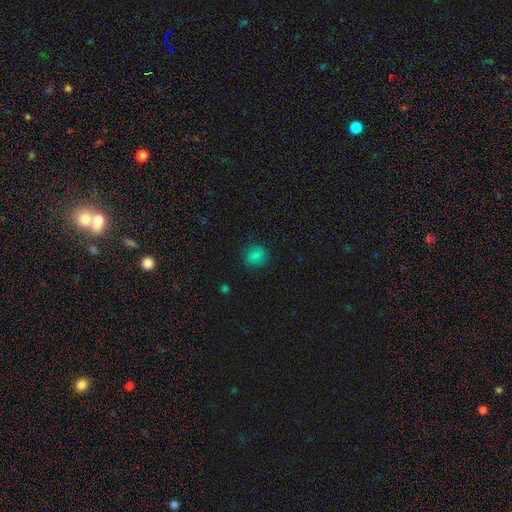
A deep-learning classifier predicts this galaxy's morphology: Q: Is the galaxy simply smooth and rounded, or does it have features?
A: smooth — 77%.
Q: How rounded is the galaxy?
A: round — 80%.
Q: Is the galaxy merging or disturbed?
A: none — 81%.